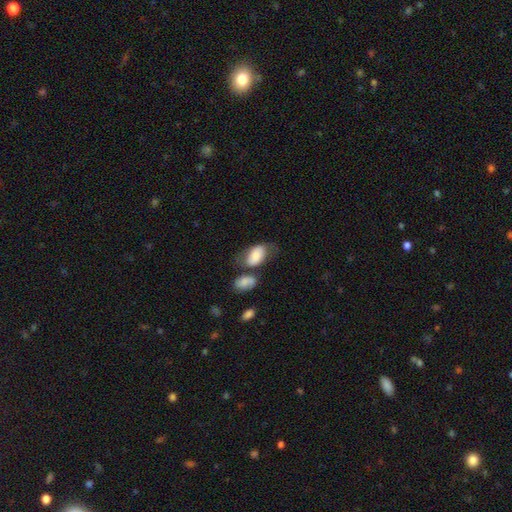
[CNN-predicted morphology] smooth-or-featured: smooth: 75% | featured or disk: 18% | star or artifact: 7%
  how-rounded: in between: 91% | round: 7% | cigar-shaped: 2%
  merging: none: 41% | merger: 26% | minor disturbance: 21% | major disturbance: 12%